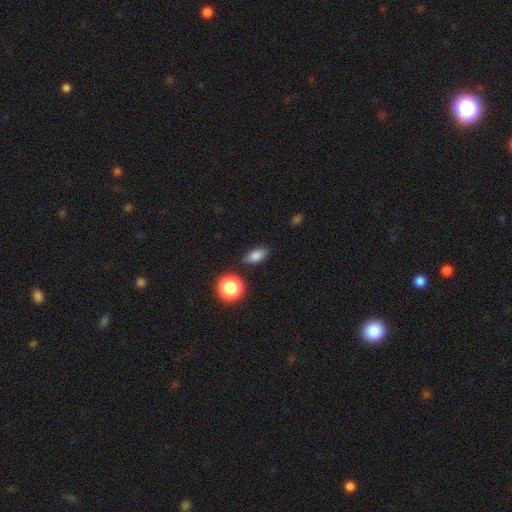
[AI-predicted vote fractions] Smooth or featured?
  - smooth: 81% *
  - star or artifact: 11%
  - featured or disk: 8%
How rounded?
  - in between: 81% *
  - round: 12%
  - cigar-shaped: 7%
Merging?
  - none: 82% *
  - minor disturbance: 12%
  - merger: 3%
  - major disturbance: 3%